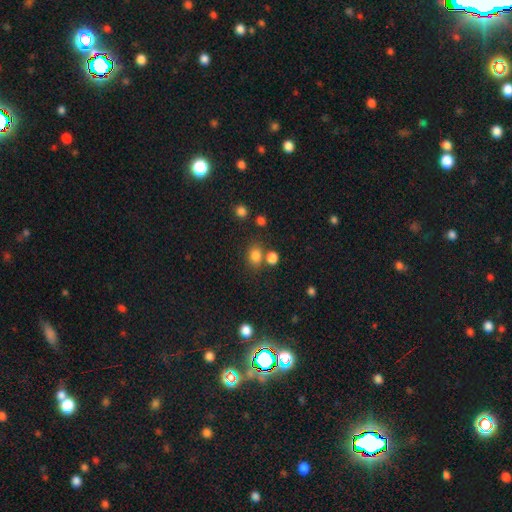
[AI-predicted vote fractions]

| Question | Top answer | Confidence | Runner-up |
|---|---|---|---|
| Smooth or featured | smooth | 80% | star or artifact (14%) |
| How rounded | round | 51% | in between (48%) |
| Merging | none | 65% | merger (19%) |